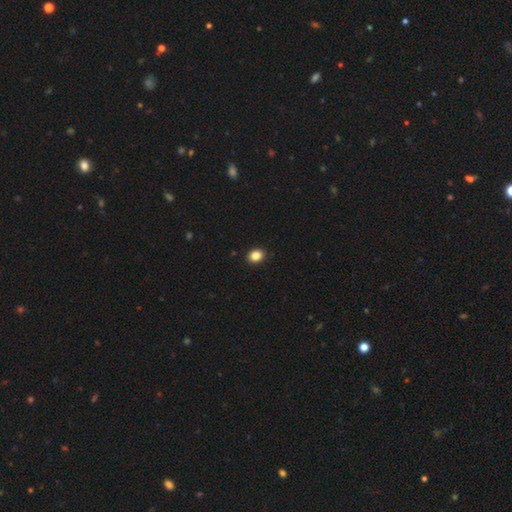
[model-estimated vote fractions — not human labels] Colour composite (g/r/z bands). It shows a smooth galaxy with no disk features (86%) that is in between round and cigar-shaped (50%). Merging: none (91%).